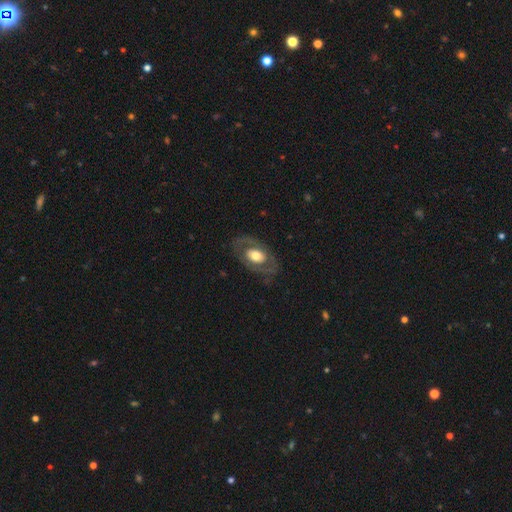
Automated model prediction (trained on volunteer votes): This appears to be a featured or disk galaxy (55%) with no bar (78%), no spiral arms (69%) and a moderate central bulge (52%). Merging: none (76%).